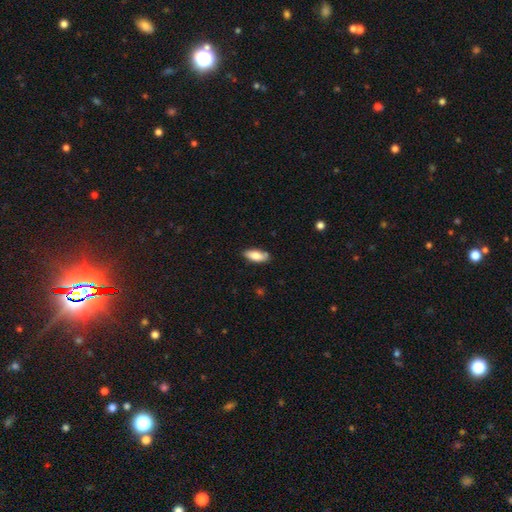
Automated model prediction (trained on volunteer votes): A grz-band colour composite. It shows a smooth galaxy with no disk features (79%) that is in between round and cigar-shaped (80%). Merging: none (83%).